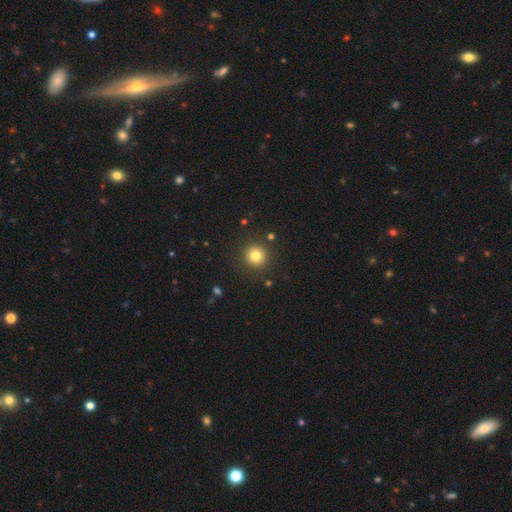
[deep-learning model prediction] A smooth galaxy with no disk features (80%) that is round (95%).

Vote fractions:
- Smooth or featured? smooth: 80% / star or artifact: 13% / featured or disk: 7%
- How rounded? round: 95% / in between: 4% / cigar-shaped: 1%
- Merging? none: 90% / minor disturbance: 6% / major disturbance: 2% / merger: 2%